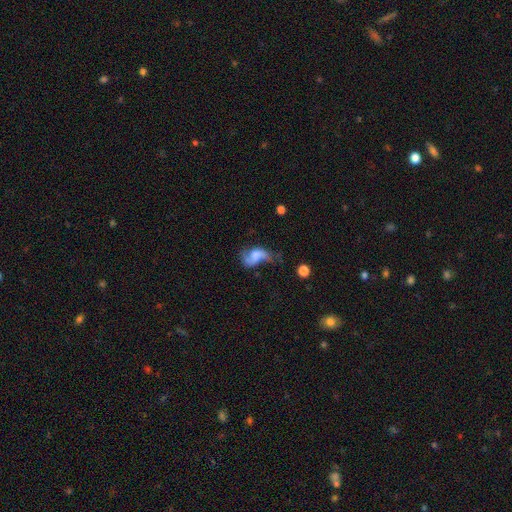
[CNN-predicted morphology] Q: Smooth or featured?
A: featured or disk (55%); runner-up: smooth (34%)
Q: Edge-on disk?
A: no (97%); runner-up: yes (3%)
Q: Bar?
A: no (66%); runner-up: weak (26%)
Q: Spiral arms?
A: yes (74%); runner-up: no (26%)
Q: Bulge size?
A: none (52%); runner-up: small (16%)
Q: Merging?
A: major disturbance (38%); runner-up: none (28%)